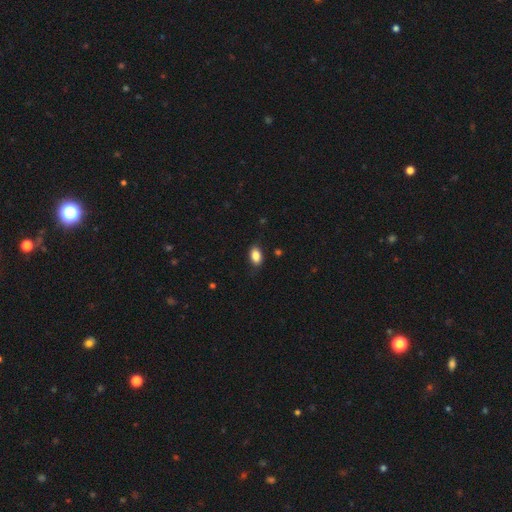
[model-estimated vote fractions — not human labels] smooth-or-featured: smooth: 86% | star or artifact: 8% | featured or disk: 6%
  how-rounded: in between: 89% | round: 9% | cigar-shaped: 2%
  merging: none: 82% | minor disturbance: 14% | major disturbance: 3% | merger: 1%